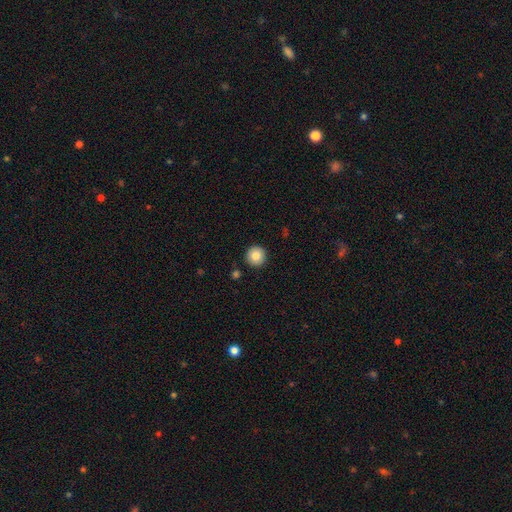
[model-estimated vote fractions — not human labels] Overall: smooth (84%). How rounded: round (96%). Merging: none (92%).